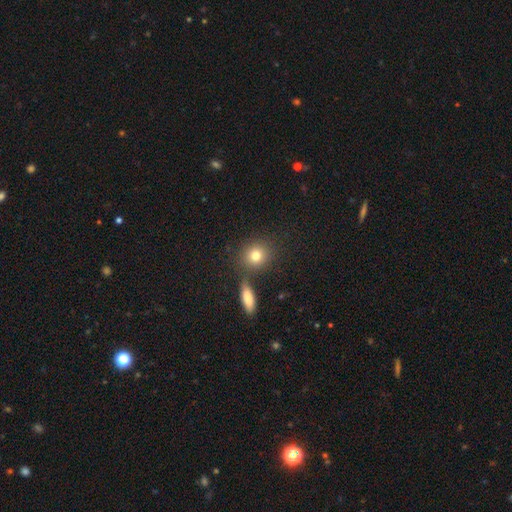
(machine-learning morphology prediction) smooth-or-featured: smooth: 79% | star or artifact: 11% | featured or disk: 10%
  how-rounded: round: 79% | in between: 20% | cigar-shaped: 2%
  merging: none: 75% | merger: 12% | minor disturbance: 9% | major disturbance: 3%